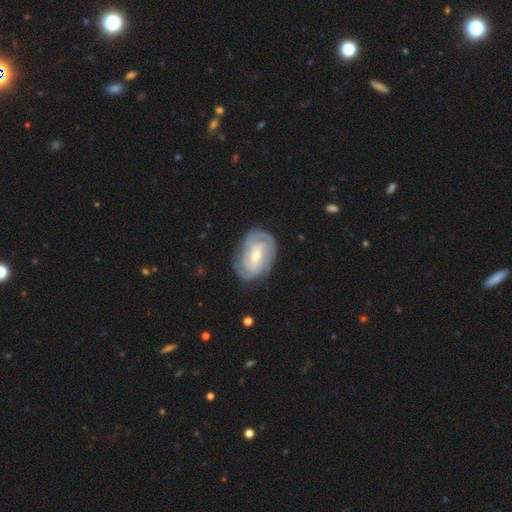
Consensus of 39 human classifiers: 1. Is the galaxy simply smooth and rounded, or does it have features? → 90% featured or disk, 10% smooth, 0% star or artifact.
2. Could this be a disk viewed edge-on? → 97% no, 3% yes.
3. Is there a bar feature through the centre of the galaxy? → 53% weak, 32% no, 15% strong.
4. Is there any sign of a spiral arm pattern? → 97% yes, 3% no.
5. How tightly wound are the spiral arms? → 82% tight, 18% medium, 0% loose.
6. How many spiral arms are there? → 39% can't tell, 27% 3, 24% 2, 9% 4, 0% 1, 0% more than 4.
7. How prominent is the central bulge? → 62% small, 38% moderate, 0% dominant, 0% large, 0% none.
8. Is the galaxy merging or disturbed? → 49% none (tied), 49% minor disturbance (tied), 3% merger, 0% major disturbance.